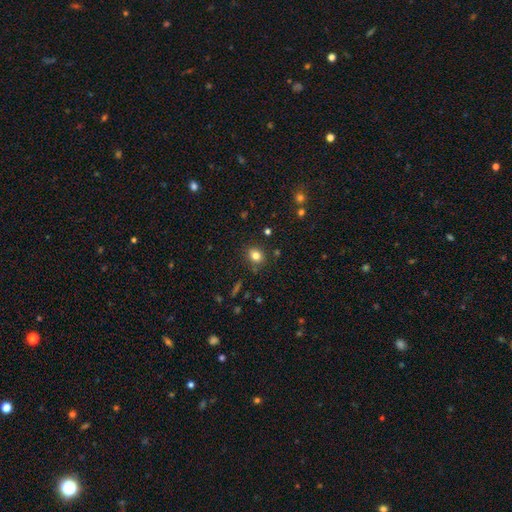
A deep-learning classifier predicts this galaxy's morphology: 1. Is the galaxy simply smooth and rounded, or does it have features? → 79% smooth, 12% star or artifact, 8% featured or disk.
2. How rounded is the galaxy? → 61% round, 38% in between, 1% cigar-shaped.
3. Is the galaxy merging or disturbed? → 83% none, 11% minor disturbance, 3% merger, 3% major disturbance.